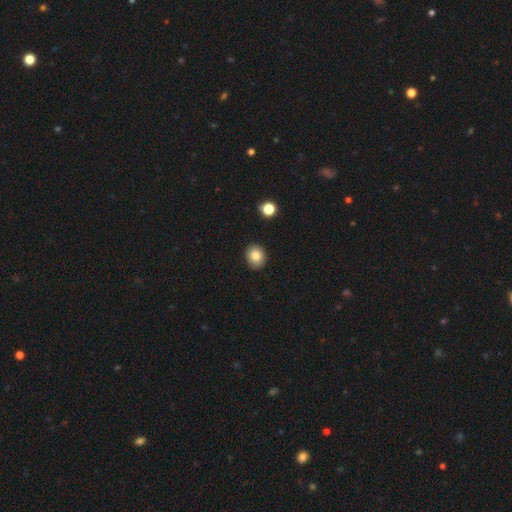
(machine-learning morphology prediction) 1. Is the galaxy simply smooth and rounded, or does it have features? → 84% smooth, 9% star or artifact, 6% featured or disk.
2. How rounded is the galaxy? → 71% round, 28% in between, 1% cigar-shaped.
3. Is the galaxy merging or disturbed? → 89% none, 8% minor disturbance, 2% major disturbance, 2% merger.